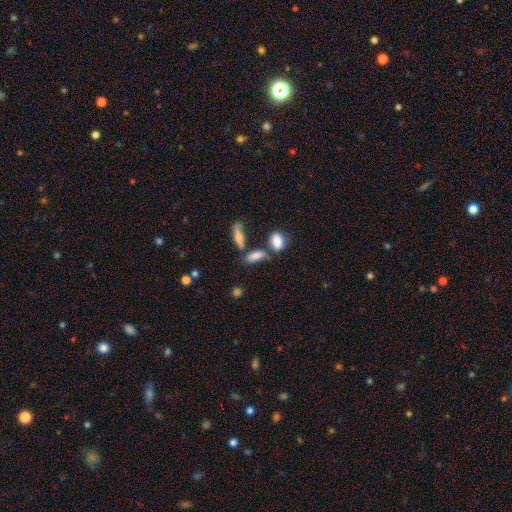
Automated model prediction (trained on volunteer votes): smooth 78%, featured or disk 13%, star or artifact 9%. Down the decision tree: how rounded — in between (71%); merging — none (55%).